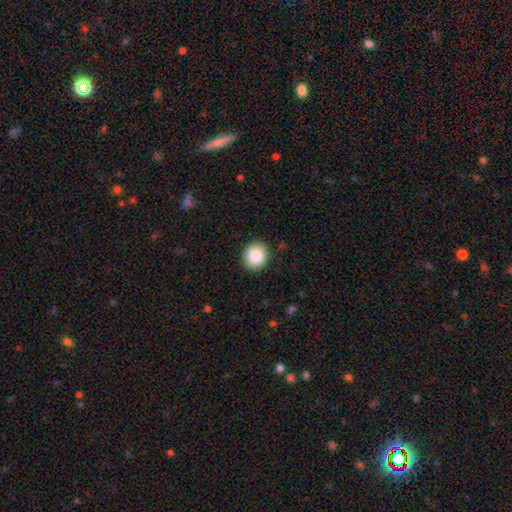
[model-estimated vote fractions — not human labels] The model was most divided on "how rounded": round: 82%, in between: 17%, cigar-shaped: 1%. More confident: merging — none (90%); smooth or featured — smooth (87%).